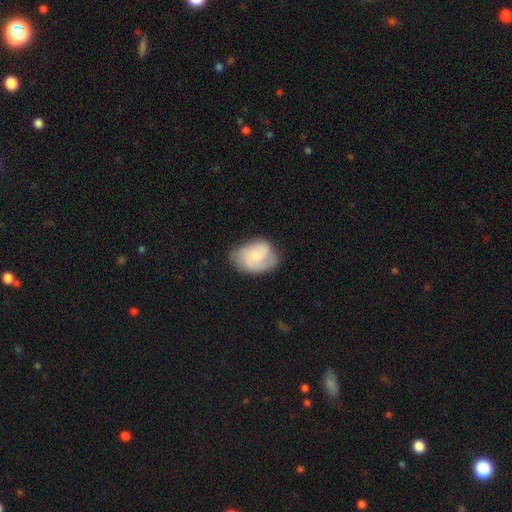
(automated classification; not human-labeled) Smooth or featured? featured or disk (55%)
Edge-on disk? no (97%)
Bar? no (65%)
Spiral arms? yes (88%)
Bulge size? small (51%)
Merging? none (59%)